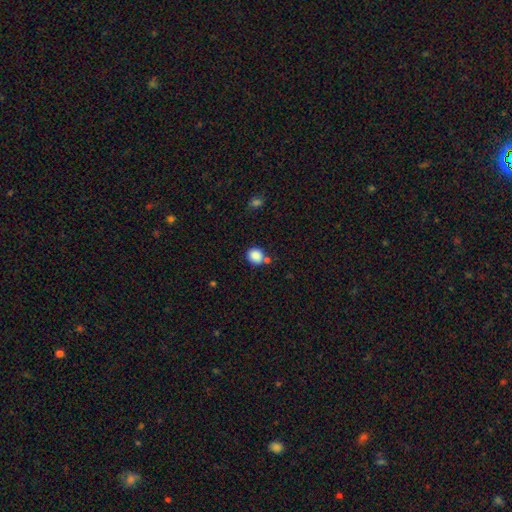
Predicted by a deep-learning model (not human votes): smooth 86%, star or artifact 9%, featured or disk 4%. Down the decision tree: how rounded — round (85%); merging — none (69%).